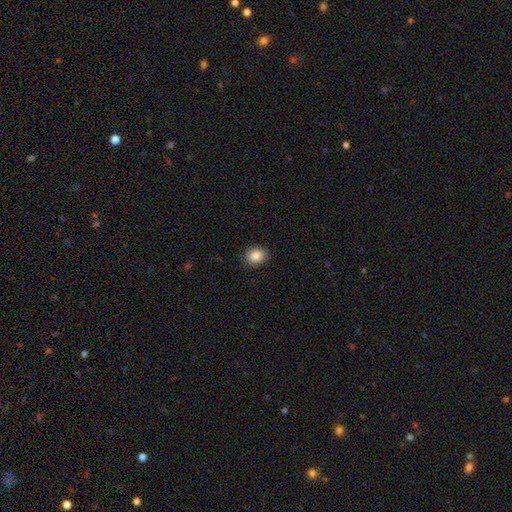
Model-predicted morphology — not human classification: Smooth or featured: smooth — 86% (star or artifact — 8%)
How rounded: in between — 52% (round — 47%)
Merging: none — 88% (minor disturbance — 9%)